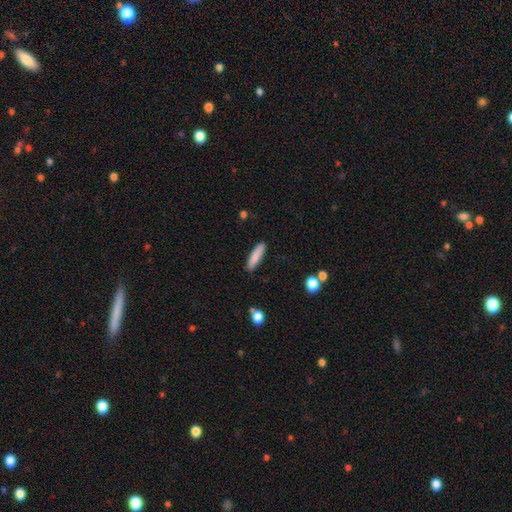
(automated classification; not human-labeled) A smooth galaxy with no disk features (84%) that is cigar-shaped (74%). Merging: none (87%).